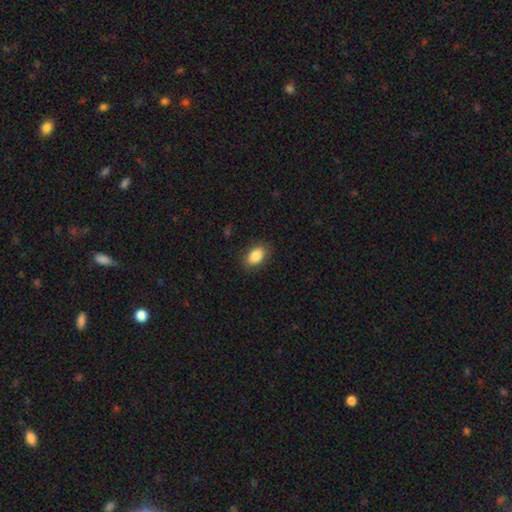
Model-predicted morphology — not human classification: type=smooth (87%); roundness=in between (88%); merging=none (85%).